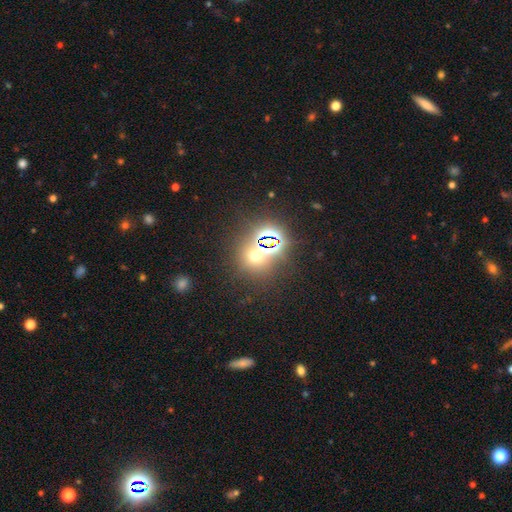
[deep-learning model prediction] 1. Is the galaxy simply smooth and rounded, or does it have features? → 47% star or artifact, 44% smooth, 9% featured or disk.